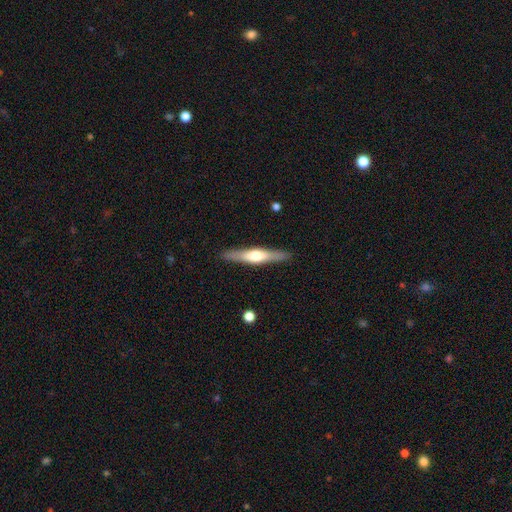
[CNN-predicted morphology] Smooth or featured: featured or disk — 62% (smooth — 33%)
Edge-on disk: yes — 96% (no — 4%)
Edge-on bulge: rounded — 89% (boxy — 6%)
Merging: none — 90% (minor disturbance — 7%)